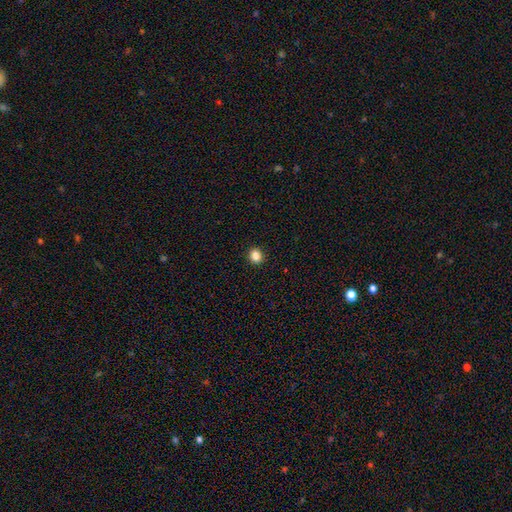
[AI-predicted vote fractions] smooth-or-featured: smooth: 84% | star or artifact: 11% | featured or disk: 4%
  how-rounded: round: 80% | in between: 19% | cigar-shaped: 1%
  merging: none: 93% | minor disturbance: 5% | major disturbance: 2% | merger: 1%